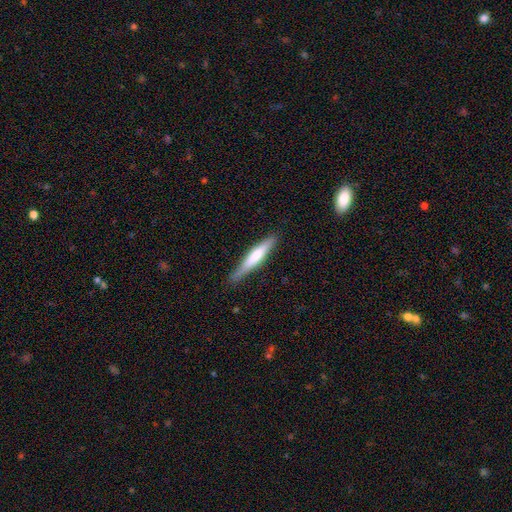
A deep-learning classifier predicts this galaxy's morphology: This appears to be a smooth galaxy with no disk features (53%) that is cigar-shaped (92%). Merging: none (84%).